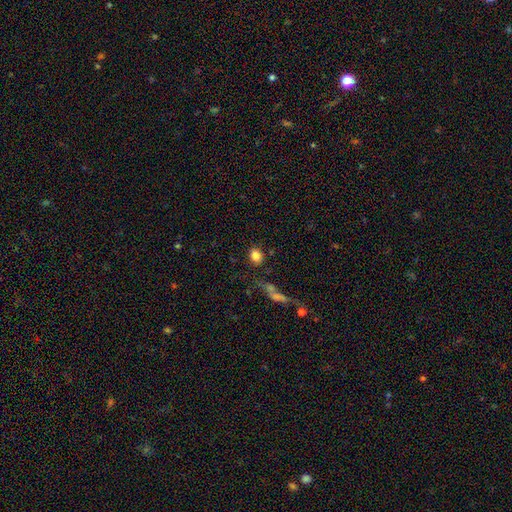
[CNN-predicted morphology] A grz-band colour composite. It shows a smooth galaxy with no disk features (84%) that is in between round and cigar-shaped (50%). Merging: none (80%).